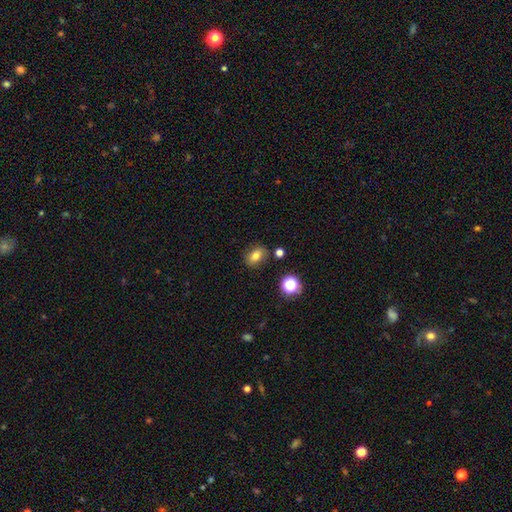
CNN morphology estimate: This appears to be a smooth galaxy with no disk features (75%) that is in between round and cigar-shaped (69%). Merging: none (81%).